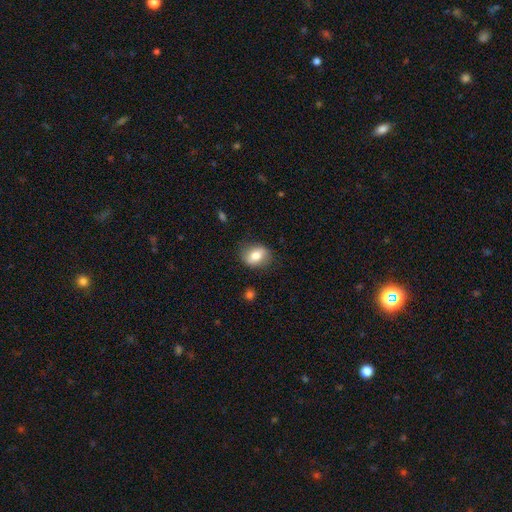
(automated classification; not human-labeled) A smooth galaxy with no disk features (75%) that is in between round and cigar-shaped (64%).

Vote fractions:
- Smooth or featured? smooth: 75% / featured or disk: 17% / star or artifact: 8%
- How rounded? in between: 64% / round: 34% / cigar-shaped: 2%
- Merging? none: 80% / minor disturbance: 14% / major disturbance: 4% / merger: 1%